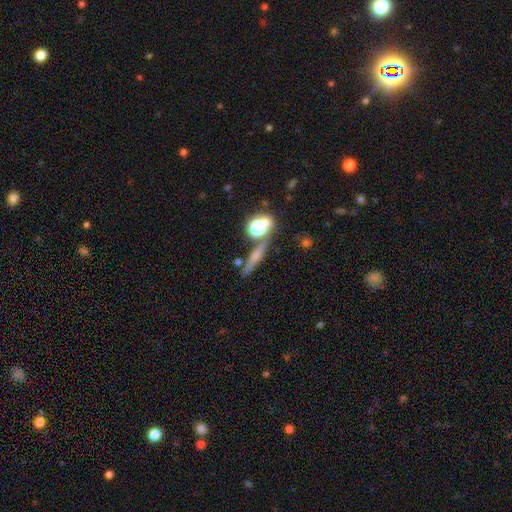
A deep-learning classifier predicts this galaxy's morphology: Overall: smooth (44%; featured or disk 38%). Merging: none (74%).